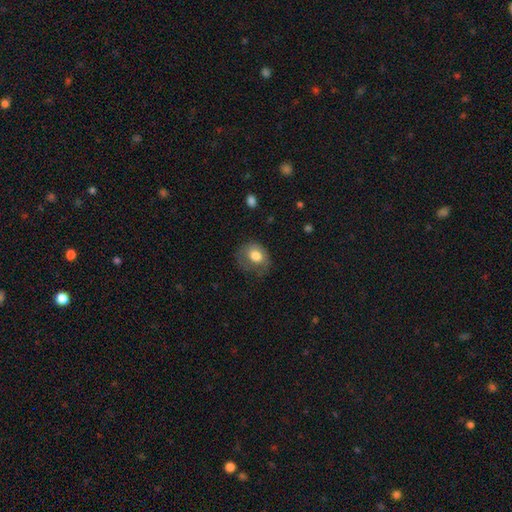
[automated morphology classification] Smooth or featured? smooth (71%)
How rounded? round (54%)
Merging? none (53%)